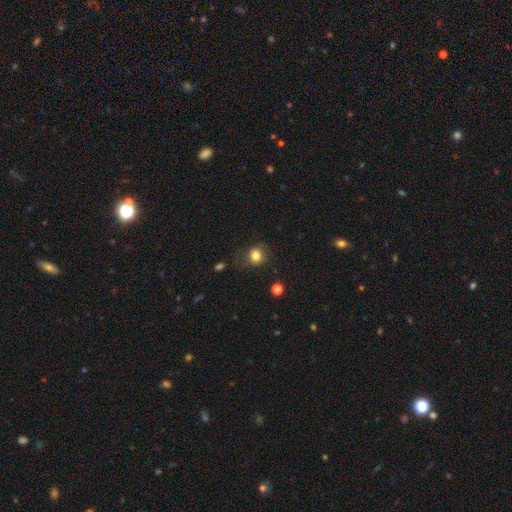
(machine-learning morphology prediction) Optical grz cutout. It shows a smooth galaxy with no disk features (81%) that is round (72%). Merging: none (73%).